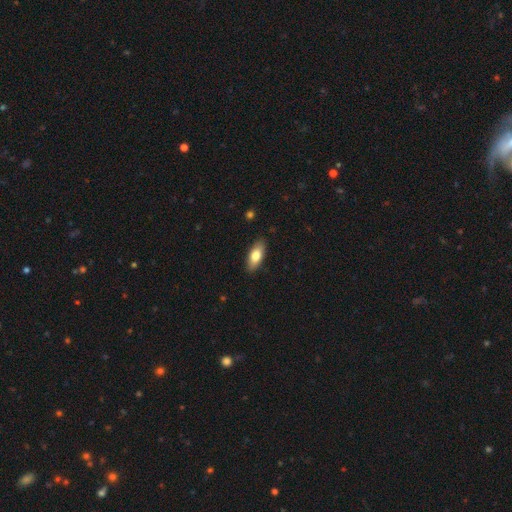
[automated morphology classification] Smooth or featured?
  - smooth: 77% *
  - featured or disk: 17%
  - star or artifact: 6%
How rounded?
  - in between: 80% *
  - cigar-shaped: 17%
  - round: 3%
Merging?
  - none: 88% *
  - minor disturbance: 9%
  - major disturbance: 2%
  - merger: 1%